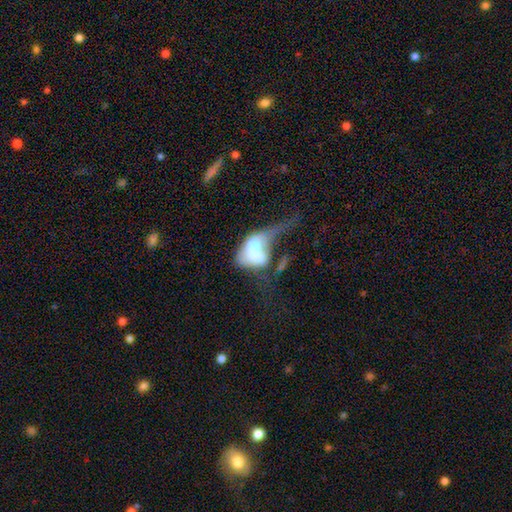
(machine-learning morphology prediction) This appears to be a smooth galaxy with no disk features (54%) that is in between round and cigar-shaped (77%). Merging: merger (50%).